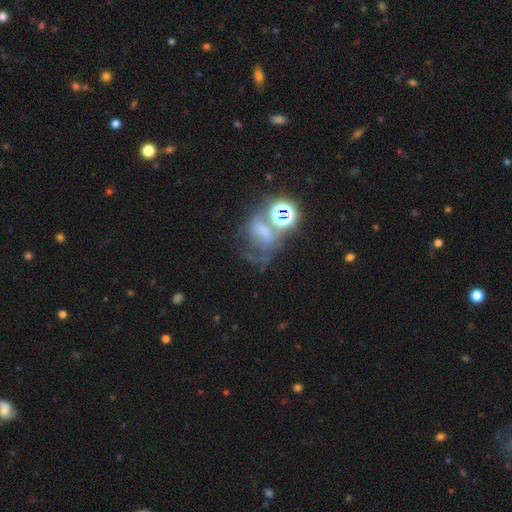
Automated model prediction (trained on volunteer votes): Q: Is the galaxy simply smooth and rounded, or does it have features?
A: star or artifact — 44%.